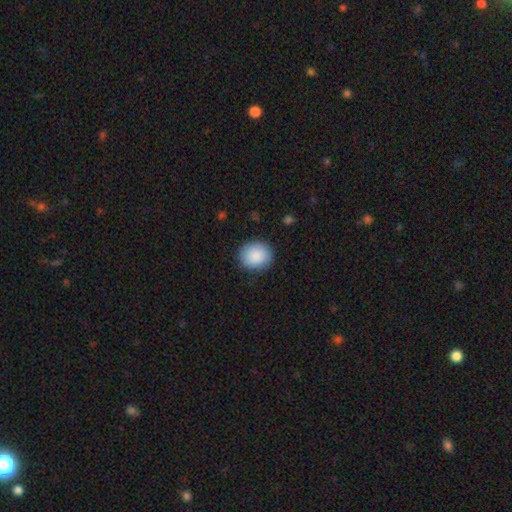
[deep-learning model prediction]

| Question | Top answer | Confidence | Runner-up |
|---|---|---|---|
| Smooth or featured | smooth | 89% | star or artifact (7%) |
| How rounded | round | 78% | in between (21%) |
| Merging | none | 87% | minor disturbance (9%) |